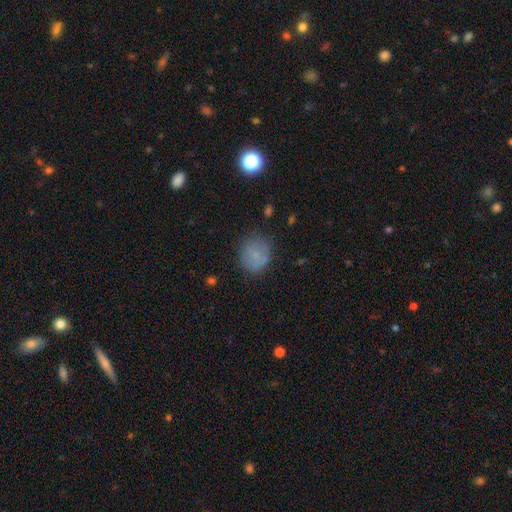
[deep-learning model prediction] smooth_or_featured: smooth (p=0.73) [alt: featured or disk p=0.15]
how_rounded: round (p=0.78) [alt: in between p=0.21]
merging: none (p=0.71) [alt: minor disturbance p=0.19]